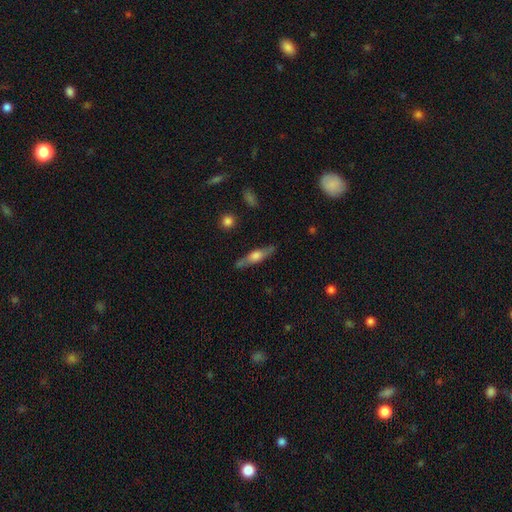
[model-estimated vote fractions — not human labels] This appears to be a featured or disk galaxy (58%) viewed edge-on (91%) with a rounded central bulge (81%). Merging: none (80%).